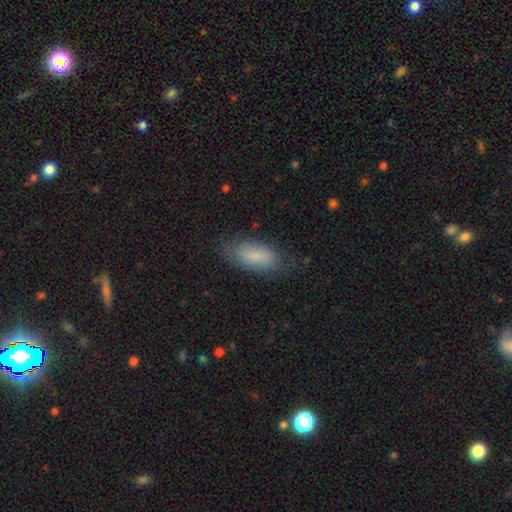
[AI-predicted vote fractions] smooth 83%, featured or disk 11%, star or artifact 7%. Down the decision tree: how rounded — in between (83%); merging — none (75%).